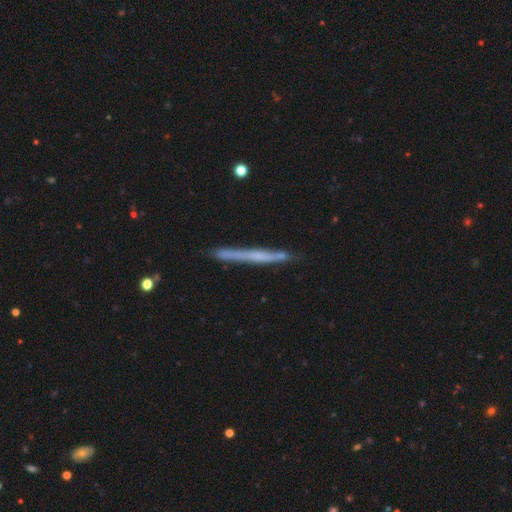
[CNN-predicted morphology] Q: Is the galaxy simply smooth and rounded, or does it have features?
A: featured or disk — 55%.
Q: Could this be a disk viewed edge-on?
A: yes — 96%.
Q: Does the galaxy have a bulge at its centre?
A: none — 83%.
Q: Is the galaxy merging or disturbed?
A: none — 85%.